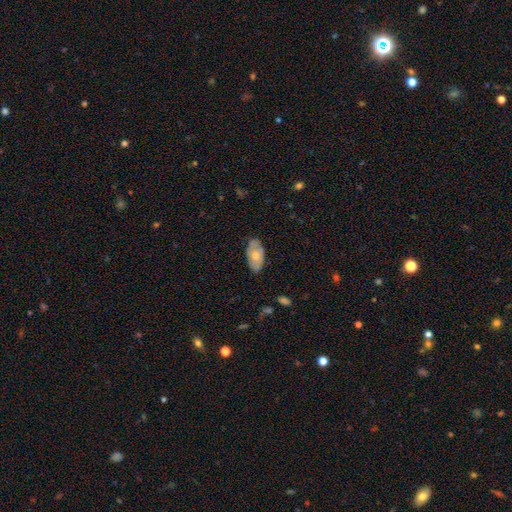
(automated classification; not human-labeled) Overall: smooth (57%; featured or disk 38%). How rounded: in between (93%). Merging: none (74%).